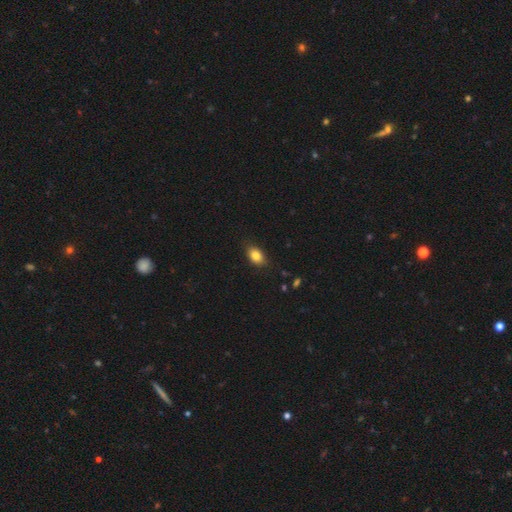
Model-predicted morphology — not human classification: Smooth or featured: smooth — 82% (star or artifact — 9%)
How rounded: in between — 85% (round — 13%)
Merging: none — 82% (minor disturbance — 14%)